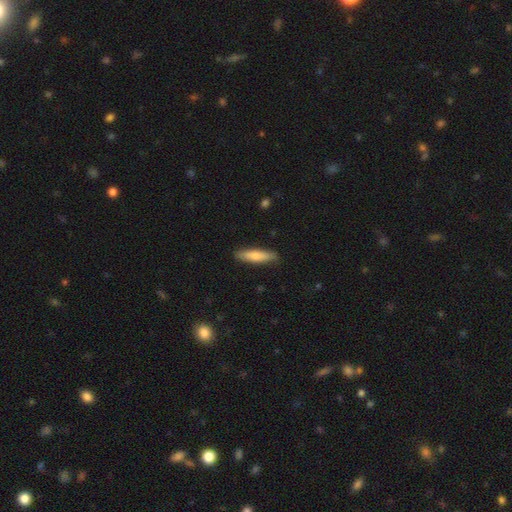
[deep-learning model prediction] The model was most divided on "smooth or featured": smooth: 74%, featured or disk: 21%, star or artifact: 5%. More confident: merging — none (87%); how rounded — cigar-shaped (77%).